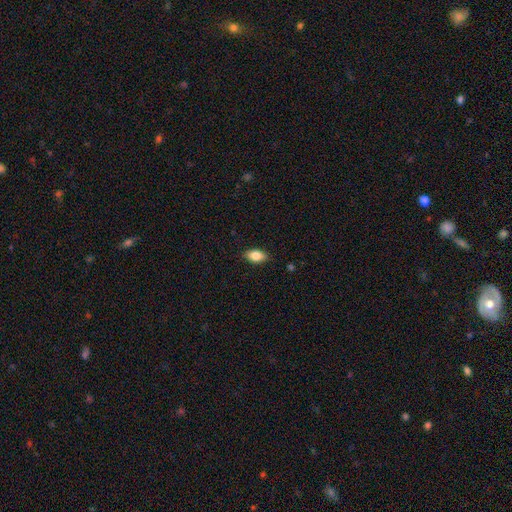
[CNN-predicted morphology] Smooth or featured?
  - smooth: 82% *
  - featured or disk: 11%
  - star or artifact: 7%
How rounded?
  - in between: 89% *
  - round: 7%
  - cigar-shaped: 4%
Merging?
  - none: 86% *
  - minor disturbance: 11%
  - major disturbance: 2%
  - merger: 1%